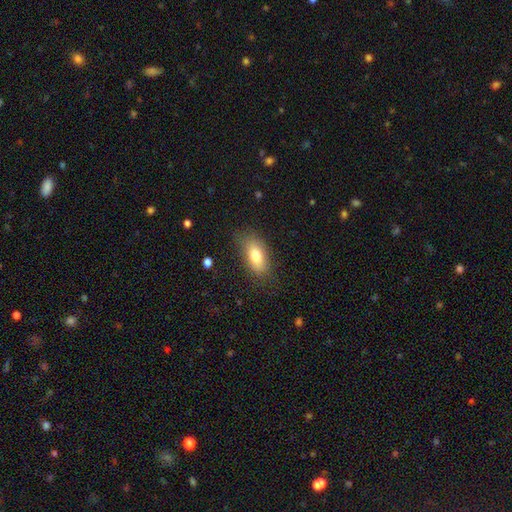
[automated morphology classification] type=smooth (80%); roundness=in between (86%); merging=none (75%).